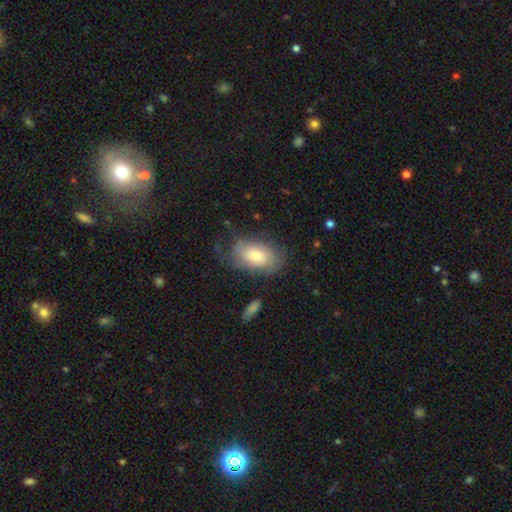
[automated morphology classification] This is likely a smooth galaxy (63%). How rounded: clearly in between (91%). Merging: possibly none (59%).